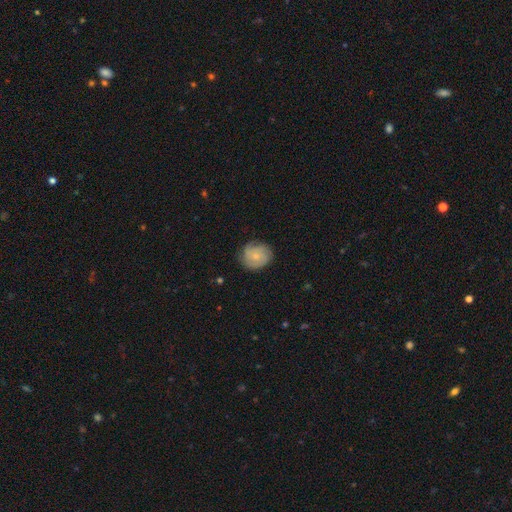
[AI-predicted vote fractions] A featured or disk galaxy (59%) with no bar (79%), 3 (31%) tight (61%) spiral arms (91%) and a small central bulge (67%). Merging: none (75%).